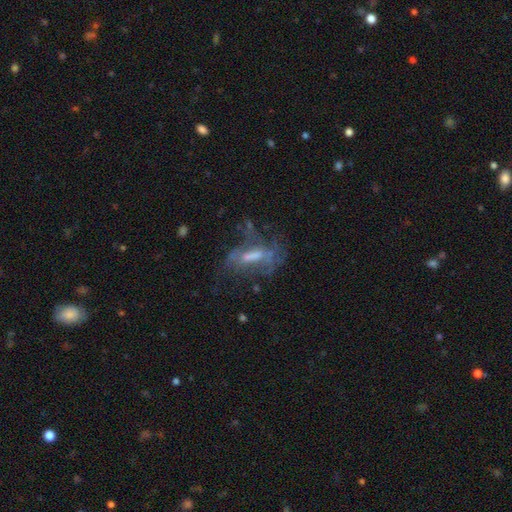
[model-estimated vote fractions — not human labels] This appears to be a featured or disk galaxy (62%) with a weak bar (41%), no spiral arms (52%) and a moderate central bulge (39%). Merging: none (43%).